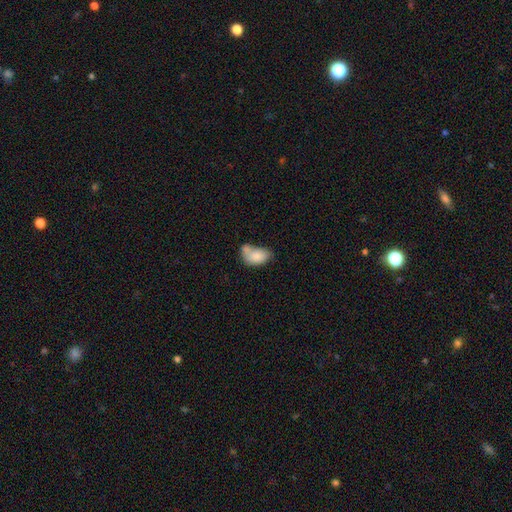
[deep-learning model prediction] Q: Smooth or featured?
A: smooth (80%); runner-up: featured or disk (13%)
Q: How rounded?
A: in between (88%); runner-up: round (11%)
Q: Merging?
A: merger (40%); runner-up: none (27%)